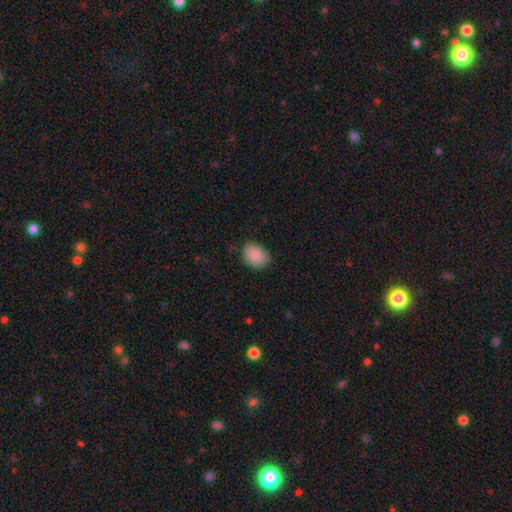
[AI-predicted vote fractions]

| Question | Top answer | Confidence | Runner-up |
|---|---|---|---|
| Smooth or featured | smooth | 88% | star or artifact (8%) |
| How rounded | in between | 63% | round (36%) |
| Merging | none | 78% | minor disturbance (18%) |